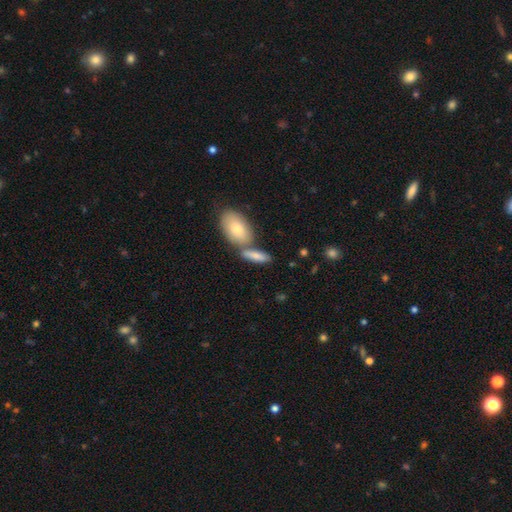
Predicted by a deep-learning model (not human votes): This appears to be a smooth galaxy with no disk features (77%) that is in between round and cigar-shaped (68%). Merging: none (48%).